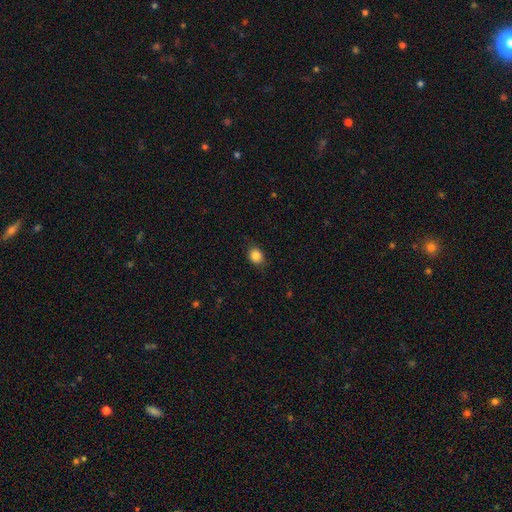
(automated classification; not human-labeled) A smooth galaxy with no disk features (86%) that is round (57%).

Vote fractions:
- Smooth or featured? smooth: 86% / star or artifact: 10% / featured or disk: 4%
- How rounded? round: 57% / in between: 42% / cigar-shaped: 1%
- Merging? none: 84% / minor disturbance: 12% / major disturbance: 3% / merger: 1%